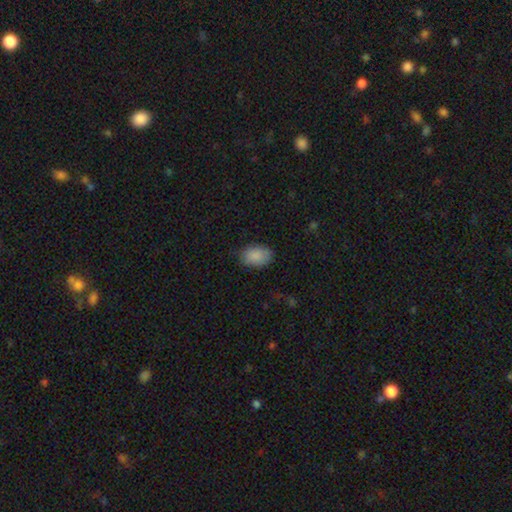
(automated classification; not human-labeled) Q: Smooth or featured?
A: smooth (89%); runner-up: star or artifact (7%)
Q: How rounded?
A: in between (87%); runner-up: round (12%)
Q: Merging?
A: none (78%); runner-up: minor disturbance (18%)